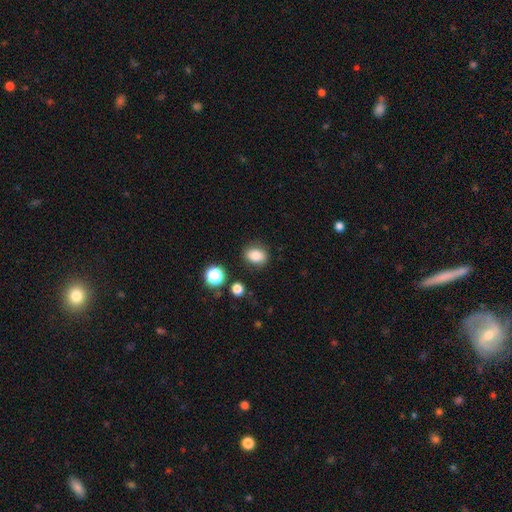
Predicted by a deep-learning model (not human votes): The model was most divided on "how rounded": in between: 64%, round: 35%, cigar-shaped: 1%. More confident: merging — none (84%); smooth or featured — smooth (81%).